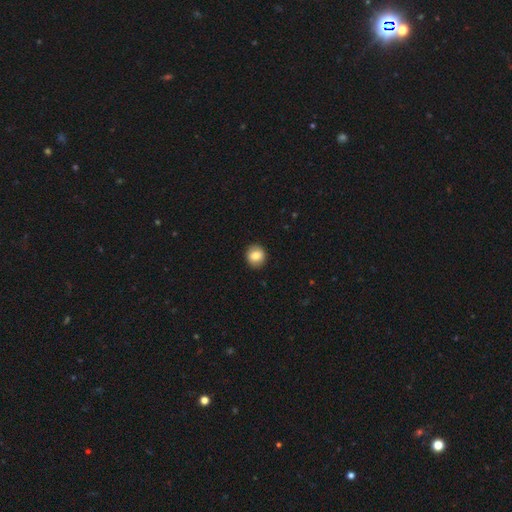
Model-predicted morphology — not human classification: smooth 83%, featured or disk 9%, star or artifact 9%. Down the decision tree: how rounded — round (83%); merging — none (90%).